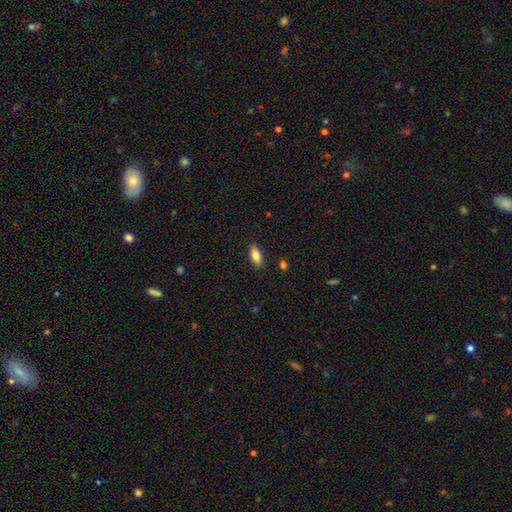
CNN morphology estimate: Smooth or featured?
  - smooth: 83% *
  - featured or disk: 10%
  - star or artifact: 7%
How rounded?
  - in between: 82% *
  - cigar-shaped: 15%
  - round: 3%
Merging?
  - none: 87% *
  - minor disturbance: 9%
  - major disturbance: 2%
  - merger: 1%